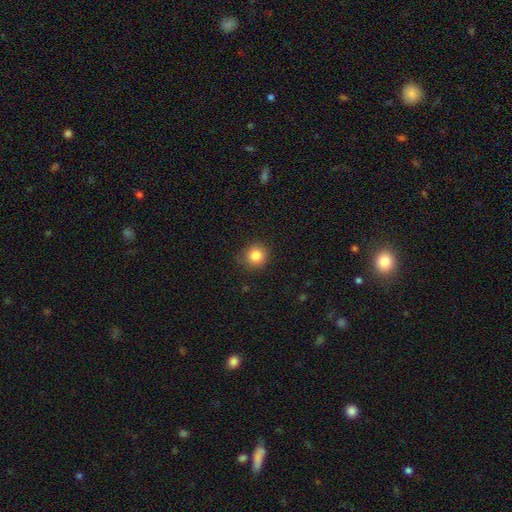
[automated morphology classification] A smooth galaxy with no disk features (84%) that is round (89%). Merging: none (82%).